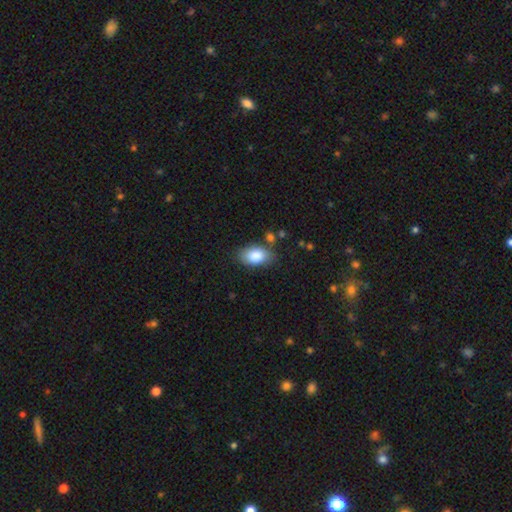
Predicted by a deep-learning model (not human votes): Smooth or featured? smooth (86%)
How rounded? in between (92%)
Merging? none (74%)